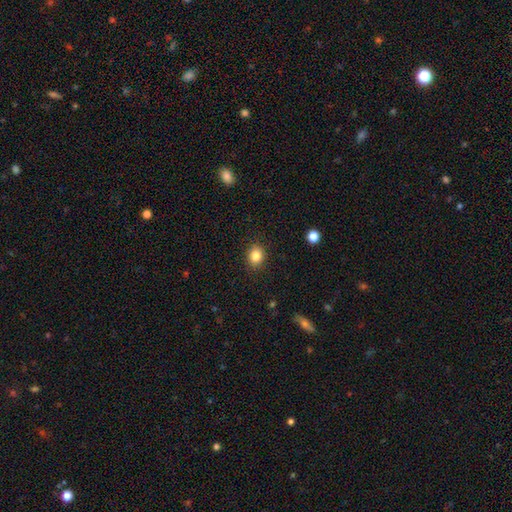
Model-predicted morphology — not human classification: smooth-or-featured: smooth: 84% | star or artifact: 10% | featured or disk: 5%
  how-rounded: round: 61% | in between: 38% | cigar-shaped: 1%
  merging: none: 89% | minor disturbance: 8% | major disturbance: 2% | merger: 1%